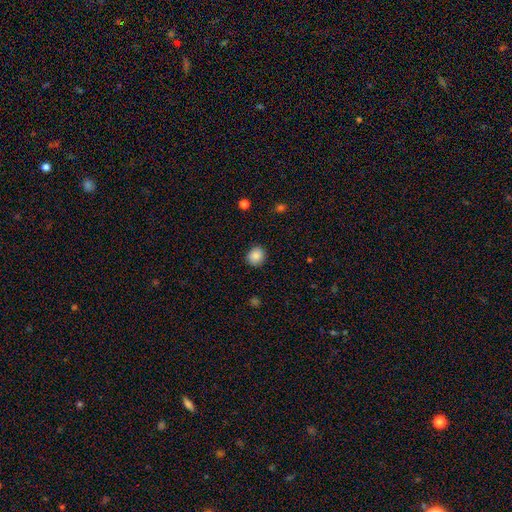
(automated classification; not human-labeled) smooth-or-featured: smooth: 87% | star or artifact: 9% | featured or disk: 4%
  how-rounded: round: 80% | in between: 19% | cigar-shaped: 1%
  merging: none: 89% | minor disturbance: 8% | major disturbance: 2% | merger: 1%